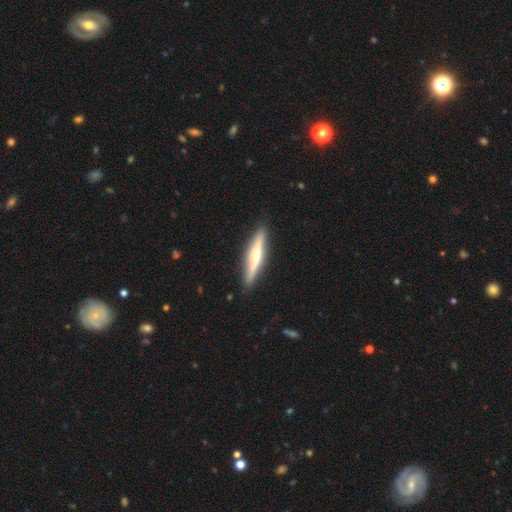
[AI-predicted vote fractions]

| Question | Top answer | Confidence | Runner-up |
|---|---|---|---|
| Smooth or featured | featured or disk | 57% | smooth (37%) |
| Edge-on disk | yes | 95% | no (5%) |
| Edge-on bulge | rounded | 70% | none (19%) |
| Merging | none | 88% | minor disturbance (9%) |